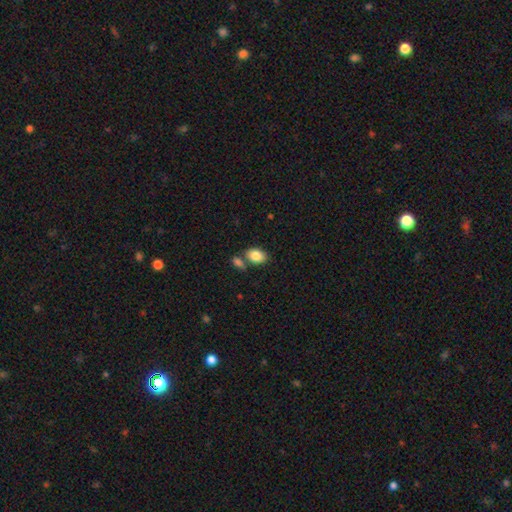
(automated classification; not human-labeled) This appears to be a smooth galaxy with no disk features (85%) that is in between round and cigar-shaped (82%). Merging: none (60%).